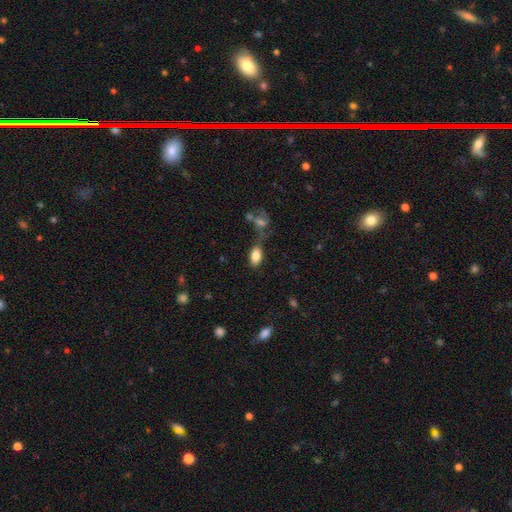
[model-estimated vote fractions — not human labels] smooth 82%, featured or disk 9%, star or artifact 8%. Down the decision tree: how rounded — in between (91%); merging — none (54%).